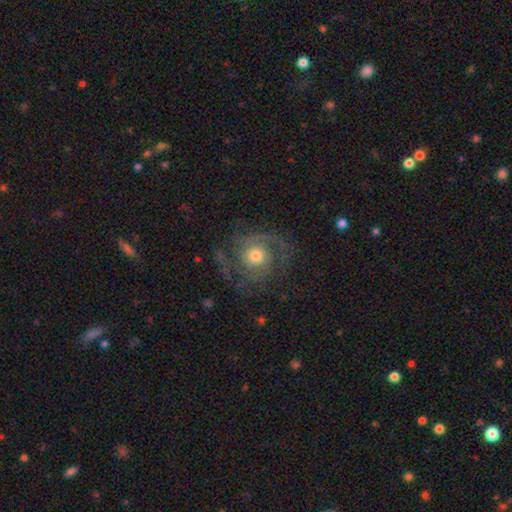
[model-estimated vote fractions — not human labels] Smooth or featured? featured or disk (81%)
Edge-on disk? no (98%)
Bar? no (79%)
Spiral arms? yes (94%)
Spiral winding? medium (43%)
Spiral arm count? 2 (41%)
Bulge size? moderate (63%)
Merging? none (68%)